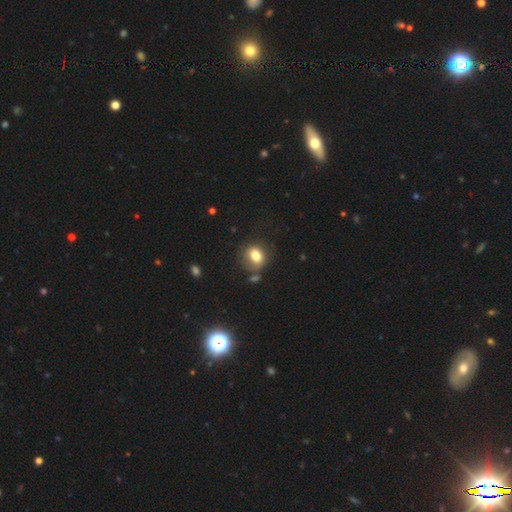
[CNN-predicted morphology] A smooth galaxy with no disk features (80%) that is round (56%).

Vote fractions:
- Smooth or featured? smooth: 80% / star or artifact: 10% / featured or disk: 10%
- How rounded? round: 56% / in between: 43% / cigar-shaped: 1%
- Merging? none: 67% / minor disturbance: 19% / merger: 8% / major disturbance: 7%